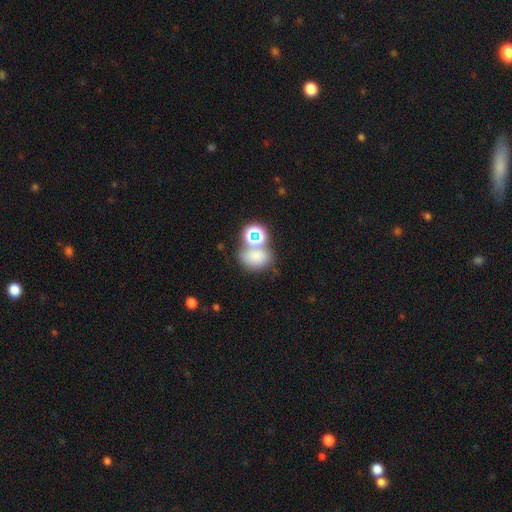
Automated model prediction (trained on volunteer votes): Smooth or featured? Predicted: smooth (p=0.69). How rounded? Predicted: in between (p=0.55). Merging? Predicted: none (p=0.50).